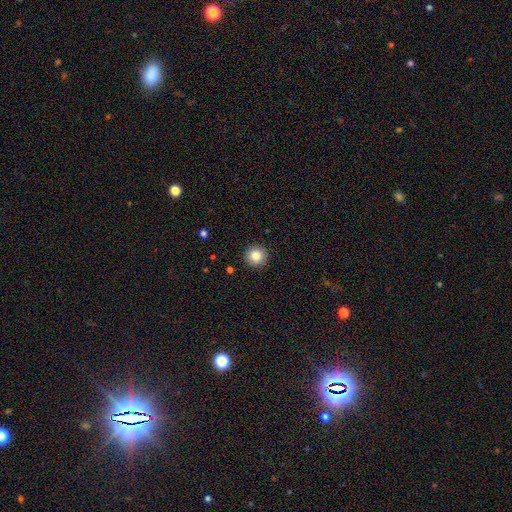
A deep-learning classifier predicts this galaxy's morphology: type=smooth (84%); roundness=round (95%); merging=none (92%).